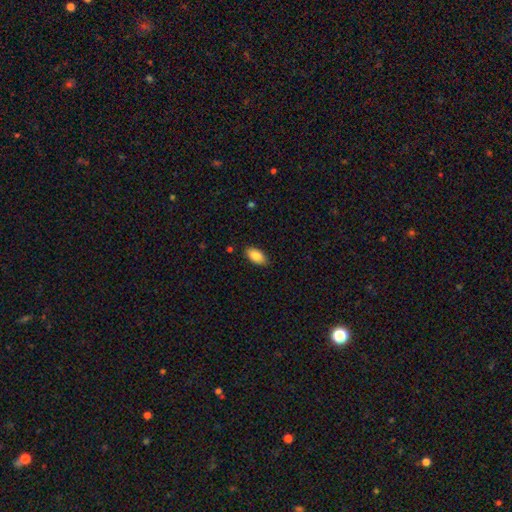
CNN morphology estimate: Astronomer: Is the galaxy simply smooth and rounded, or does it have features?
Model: smooth — 85%.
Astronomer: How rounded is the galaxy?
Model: in between — 93%.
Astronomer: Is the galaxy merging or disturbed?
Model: none — 86%.